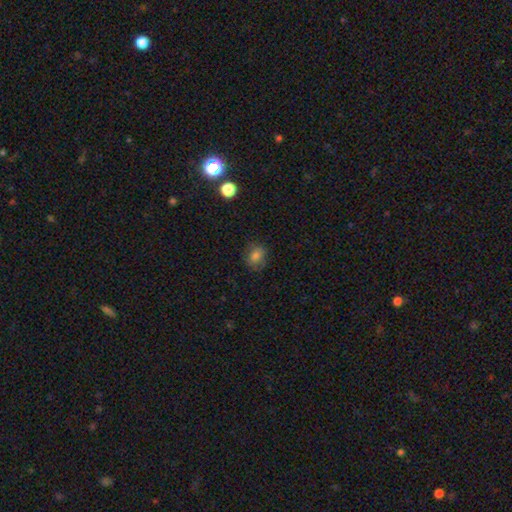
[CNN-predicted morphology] This is likely a smooth galaxy (79%). How rounded: likely round (63%). Merging: clearly none (80%).